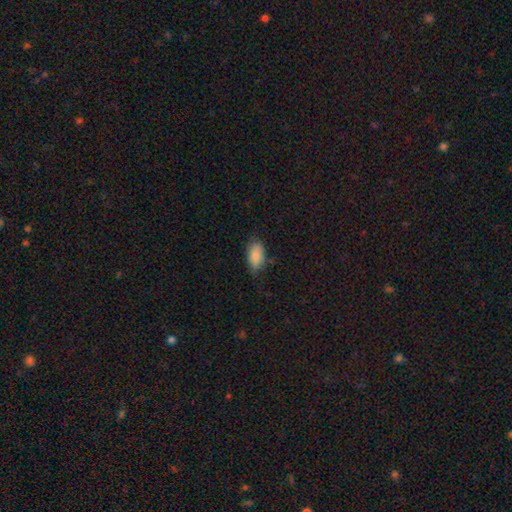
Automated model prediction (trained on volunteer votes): A smooth galaxy with no disk features (85%) that is in between round and cigar-shaped (92%).

Vote fractions:
- Smooth or featured? smooth: 85% / featured or disk: 8% / star or artifact: 7%
- How rounded? in between: 92% / round: 4% / cigar-shaped: 4%
- Merging? none: 69% / minor disturbance: 25% / major disturbance: 5% / merger: 1%